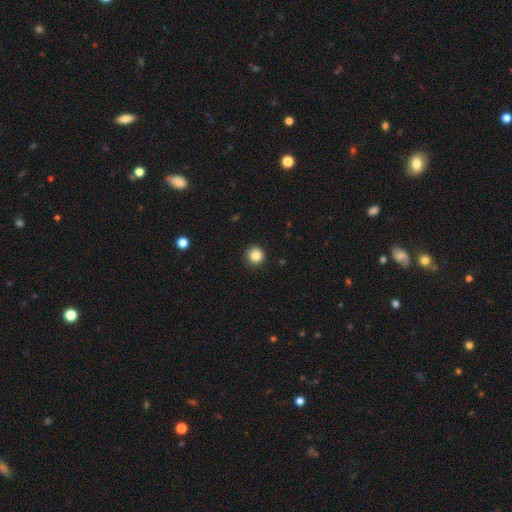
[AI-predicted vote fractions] This appears to be a smooth galaxy with no disk features (85%) that is round (94%). Merging: none (90%).